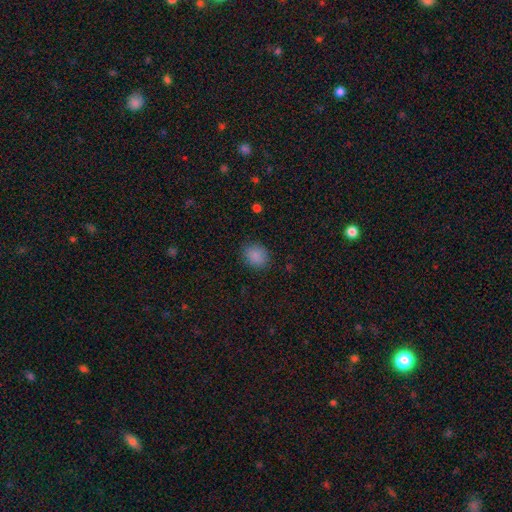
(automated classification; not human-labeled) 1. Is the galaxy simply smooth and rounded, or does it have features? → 86% smooth, 10% star or artifact, 4% featured or disk.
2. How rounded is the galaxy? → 53% round, 46% in between, 1% cigar-shaped.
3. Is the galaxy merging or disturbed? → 86% none, 11% minor disturbance, 3% major disturbance, 1% merger.